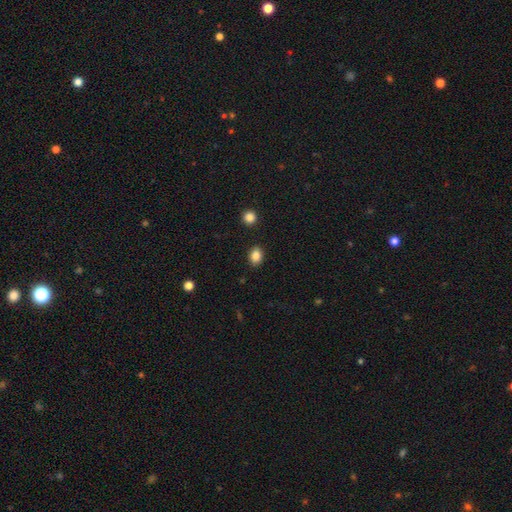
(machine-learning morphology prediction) This is clearly a smooth galaxy (86%). How rounded: likely in between (69%). Merging: clearly none (88%).